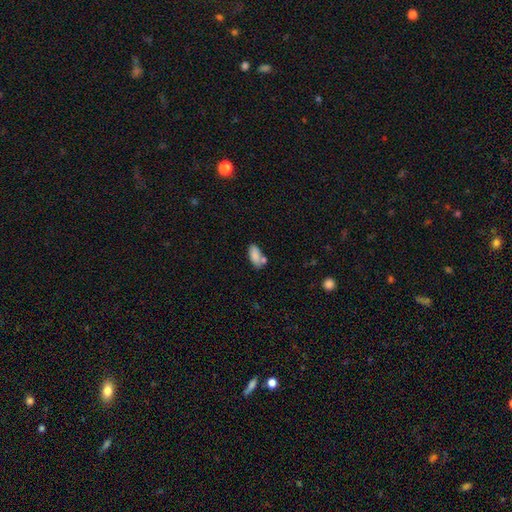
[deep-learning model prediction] smooth-or-featured: smooth: 84% | star or artifact: 8% | featured or disk: 8%
  how-rounded: in between: 90% | cigar-shaped: 7% | round: 3%
  merging: none: 56% | merger: 23% | minor disturbance: 16% | major disturbance: 5%